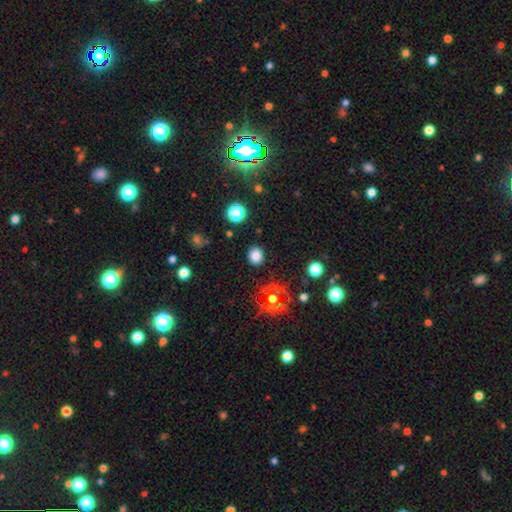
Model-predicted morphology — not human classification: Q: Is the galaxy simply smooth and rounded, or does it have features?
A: smooth — 78%.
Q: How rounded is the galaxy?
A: round — 72%.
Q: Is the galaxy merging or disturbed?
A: none — 88%.